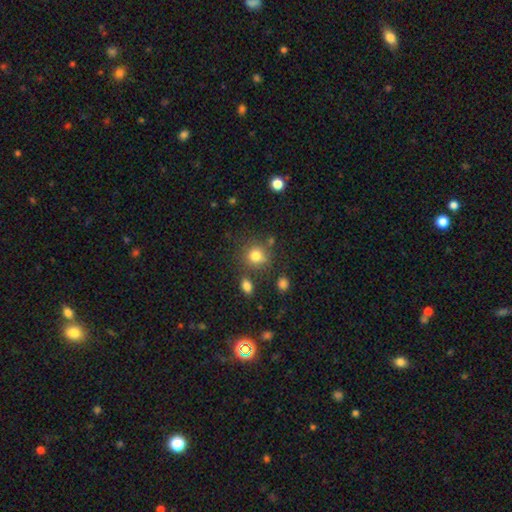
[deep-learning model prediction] Q: Smooth or featured?
A: smooth (79%); runner-up: star or artifact (13%)
Q: How rounded?
A: round (85%); runner-up: in between (14%)
Q: Merging?
A: none (75%); runner-up: minor disturbance (12%)